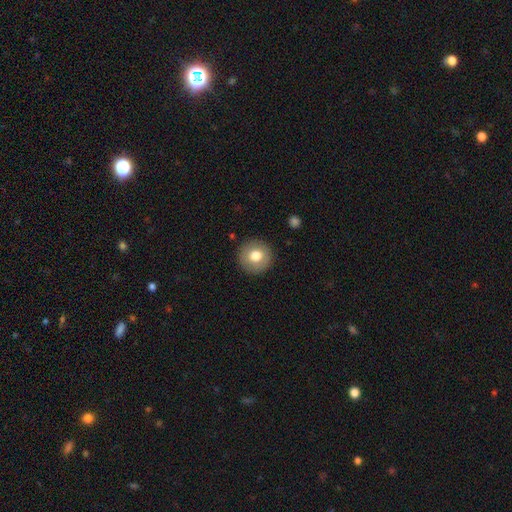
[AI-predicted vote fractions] The model was most divided on "smooth or featured": smooth: 76%, featured or disk: 16%, star or artifact: 8%. More confident: how rounded — round (94%); merging — none (90%).